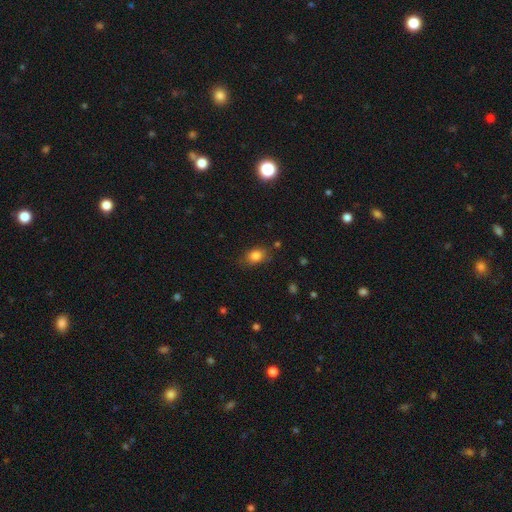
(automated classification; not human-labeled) Smooth or featured: smooth — 82% (star or artifact — 10%)
How rounded: in between — 72% (round — 26%)
Merging: none — 76% (minor disturbance — 18%)